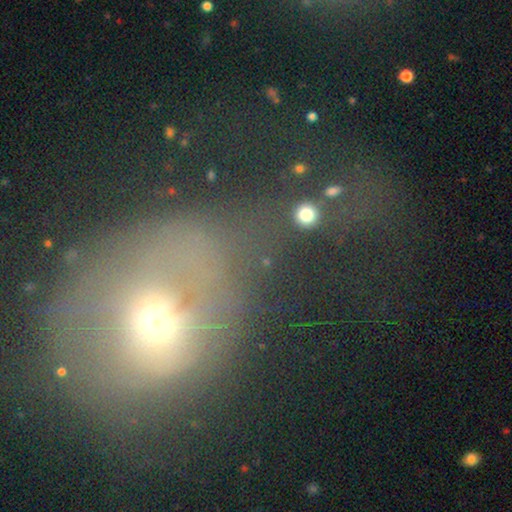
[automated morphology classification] Smooth or featured: smooth — 48% (featured or disk — 29%)
Merging: major disturbance — 51% (none — 24%)